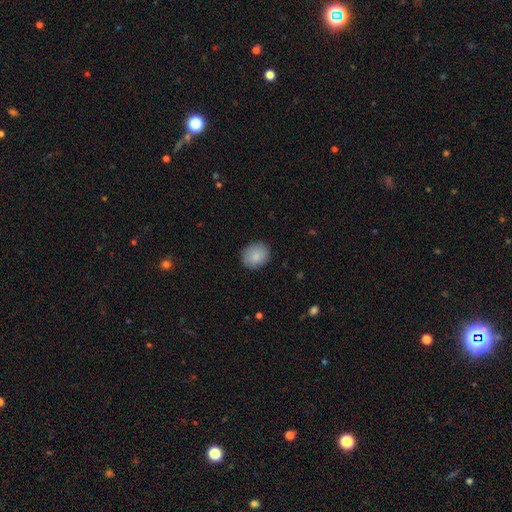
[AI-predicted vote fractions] This is clearly a smooth galaxy (87%). How rounded: likely round (65%). Merging: clearly none (88%).